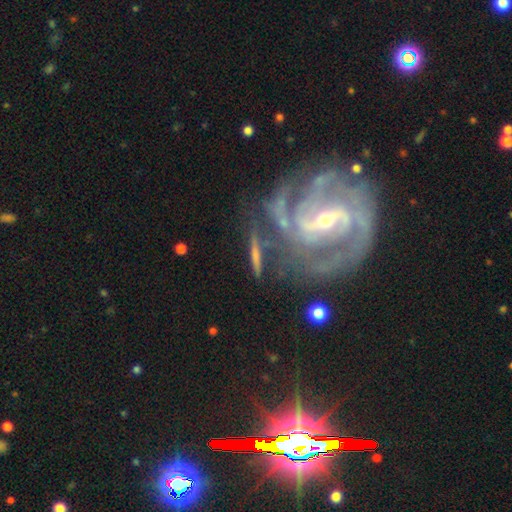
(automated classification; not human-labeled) Smooth or featured? featured or disk (58%)
Edge-on disk? yes (54%)
Merging? none (64%)